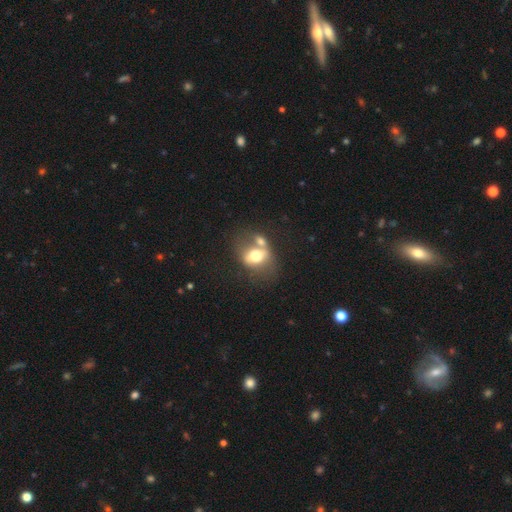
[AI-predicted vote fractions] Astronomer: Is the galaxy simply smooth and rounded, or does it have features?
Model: smooth — 56% (runner-up: featured or disk, 34%).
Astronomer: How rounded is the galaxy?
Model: in between — 67%.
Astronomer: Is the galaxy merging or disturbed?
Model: merger — 45% (runner-up: none, 30%).